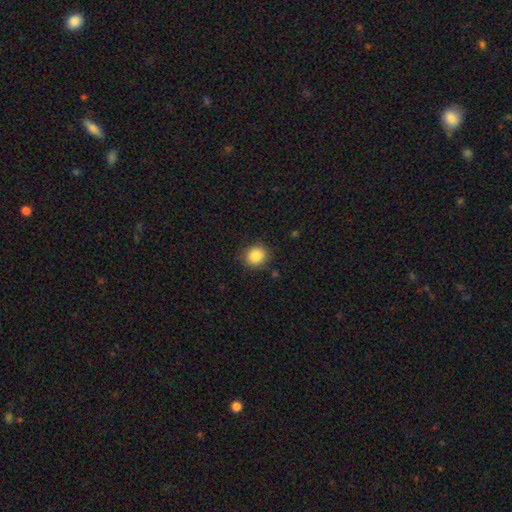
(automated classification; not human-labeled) Morphology: type=smooth (88%); roundness=round (80%); merging=none (86%).